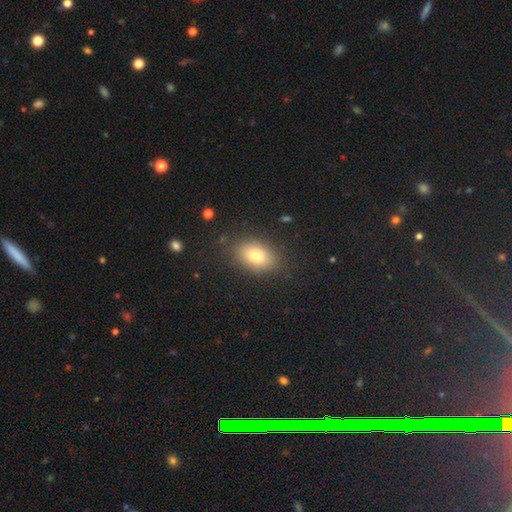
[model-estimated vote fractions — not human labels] Smooth or featured? Predicted: smooth (p=0.78). How rounded? Predicted: in between (p=0.84). Merging? Predicted: none (p=0.84).